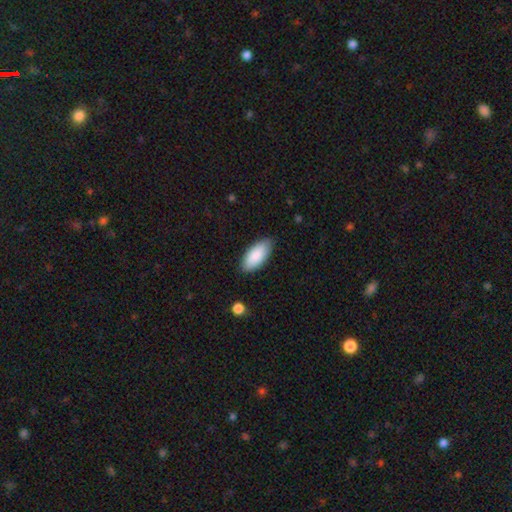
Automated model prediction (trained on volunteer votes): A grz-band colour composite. It shows a smooth galaxy with no disk features (88%) that is in between round and cigar-shaped (89%). Merging: none (86%).